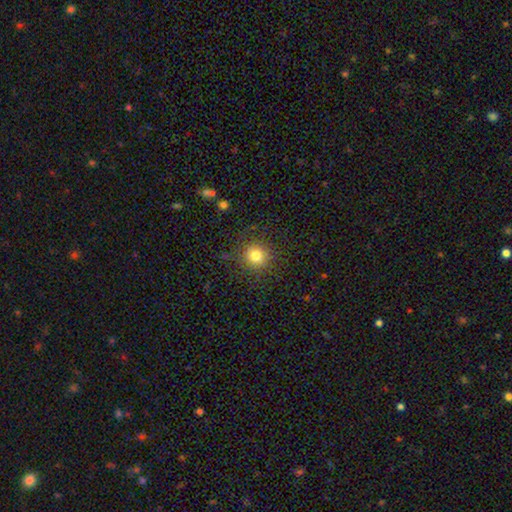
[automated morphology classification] Smooth or featured? Predicted: smooth (p=0.80). How rounded? Predicted: round (p=0.92). Merging? Predicted: none (p=0.88).